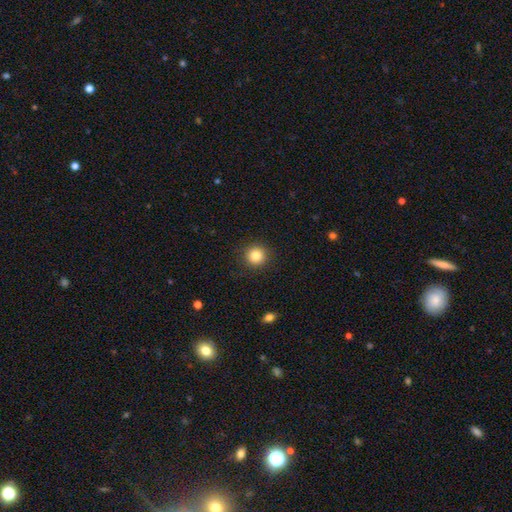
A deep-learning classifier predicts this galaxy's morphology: smooth_or_featured: smooth (p=0.83) [alt: star or artifact p=0.11]
how_rounded: round (p=0.94) [alt: in between p=0.05]
merging: none (p=0.91) [alt: minor disturbance p=0.06]